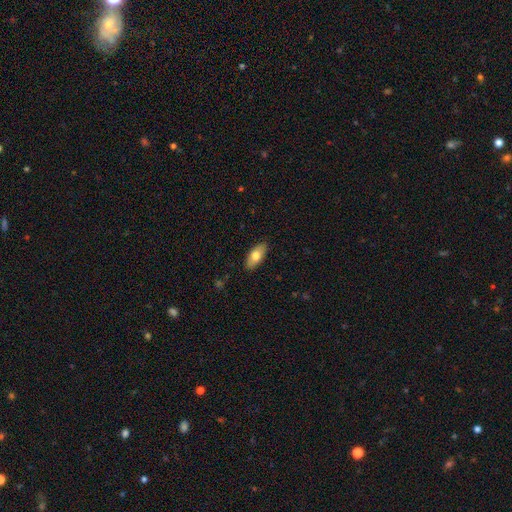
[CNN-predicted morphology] A smooth galaxy with no disk features (74%) that is in between round and cigar-shaped (86%).

Vote fractions:
- Smooth or featured? smooth: 74% / featured or disk: 20% / star or artifact: 6%
- How rounded? in between: 86% / cigar-shaped: 12% / round: 3%
- Merging? none: 88% / minor disturbance: 9% / major disturbance: 2% / merger: 1%